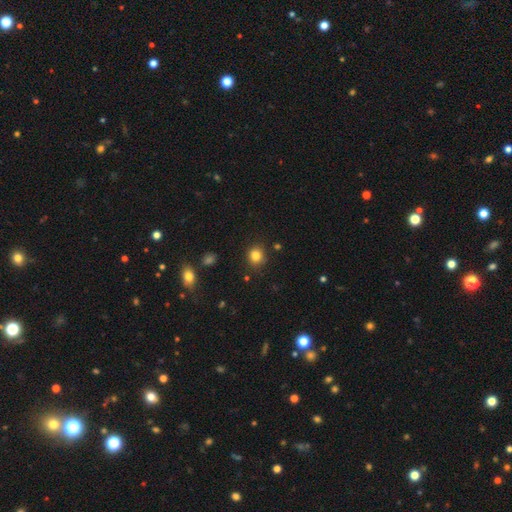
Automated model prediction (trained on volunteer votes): Smooth or featured: smooth — 82% (star or artifact — 12%)
How rounded: round — 83% (in between — 16%)
Merging: none — 86% (minor disturbance — 10%)